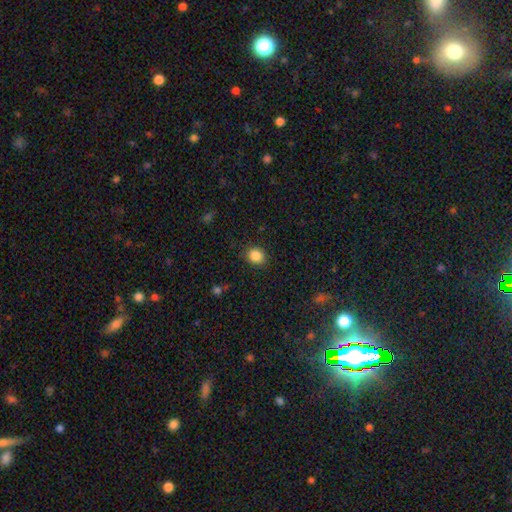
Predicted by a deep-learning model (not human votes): This appears to be a smooth galaxy with no disk features (86%) that is round (62%). Merging: none (88%).